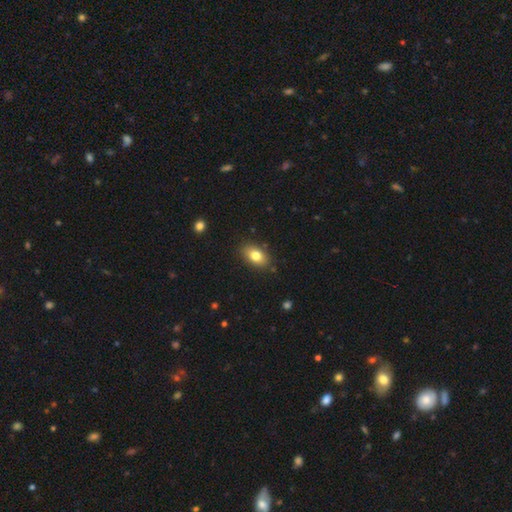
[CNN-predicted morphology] smooth-or-featured: smooth: 80% | featured or disk: 12% | star or artifact: 8%
  how-rounded: in between: 88% | round: 10% | cigar-shaped: 2%
  merging: none: 85% | minor disturbance: 11% | major disturbance: 3% | merger: 2%